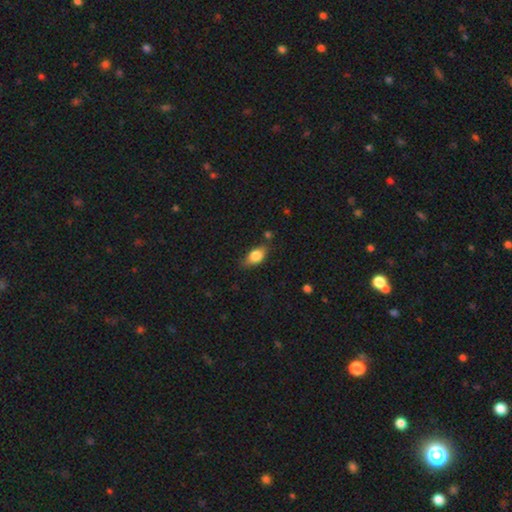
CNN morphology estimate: A smooth galaxy with no disk features (78%) that is in between round and cigar-shaped (83%).

Vote fractions:
- Smooth or featured? smooth: 78% / featured or disk: 15% / star or artifact: 8%
- How rounded? in between: 83% / round: 10% / cigar-shaped: 7%
- Merging? none: 71% / minor disturbance: 21% / major disturbance: 4% / merger: 3%